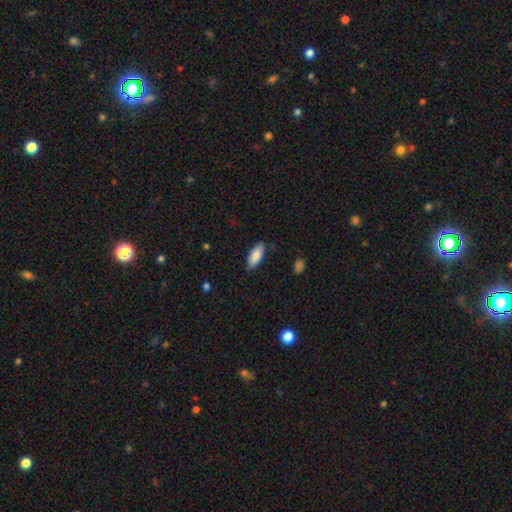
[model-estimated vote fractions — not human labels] A smooth galaxy with no disk features (86%) that is in between round and cigar-shaped (80%).

Vote fractions:
- Smooth or featured? smooth: 86% / featured or disk: 8% / star or artifact: 6%
- How rounded? in between: 80% / cigar-shaped: 18% / round: 2%
- Merging? none: 85% / minor disturbance: 12% / major disturbance: 2% / merger: 1%